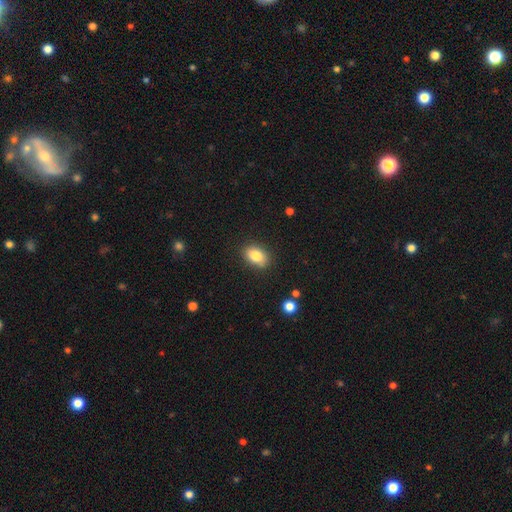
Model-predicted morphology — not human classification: smooth_or_featured: smooth (p=0.83) [alt: featured or disk p=0.09]
how_rounded: in between (p=0.81) [alt: round p=0.18]
merging: none (p=0.85) [alt: minor disturbance p=0.11]